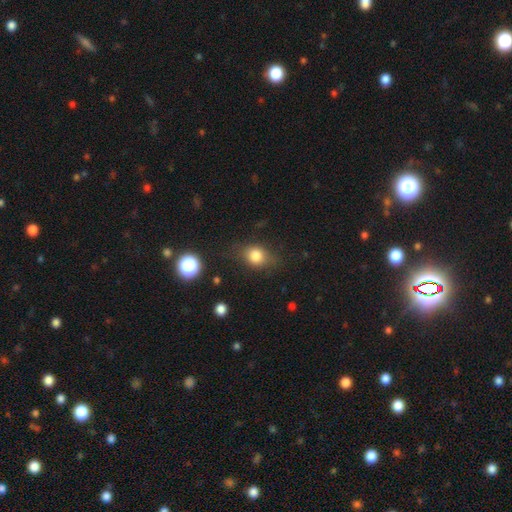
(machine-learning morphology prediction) type=smooth (79%); roundness=round (57%); merging=none (70%).